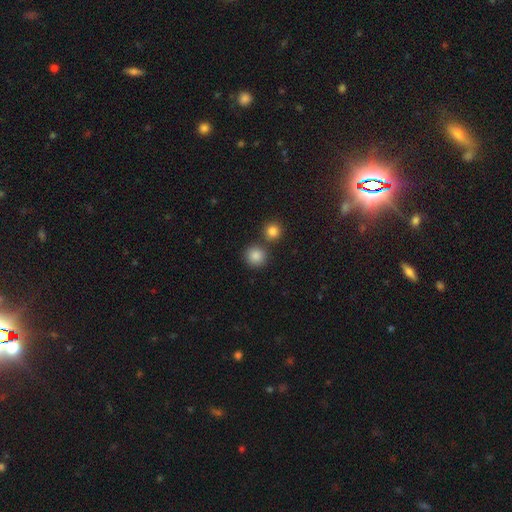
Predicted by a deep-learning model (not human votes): smooth_or_featured: smooth (p=0.86) [alt: star or artifact p=0.10]
how_rounded: round (p=0.92) [alt: in between p=0.07]
merging: none (p=0.76) [alt: merger p=0.15]